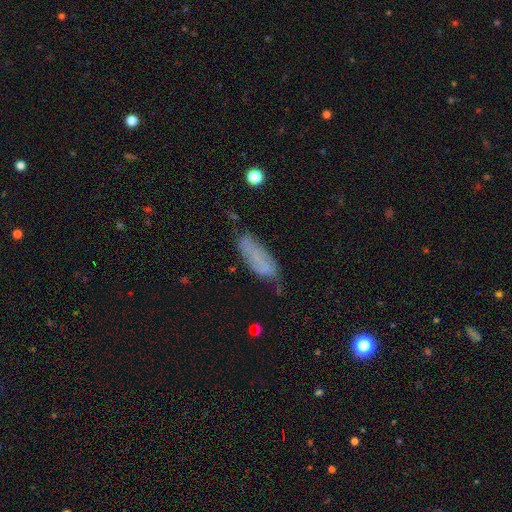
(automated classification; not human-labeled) This appears to be a smooth galaxy with no disk features (63%) that is in between round and cigar-shaped (62%). Merging: none (62%).